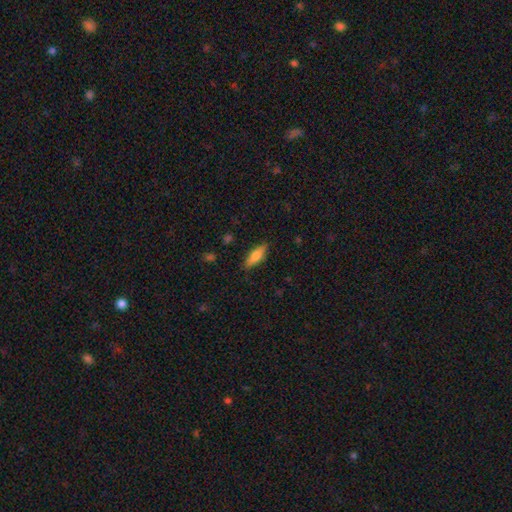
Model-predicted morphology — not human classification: This appears to be a smooth galaxy with no disk features (65%) that is cigar-shaped (52%). Merging: none (86%).